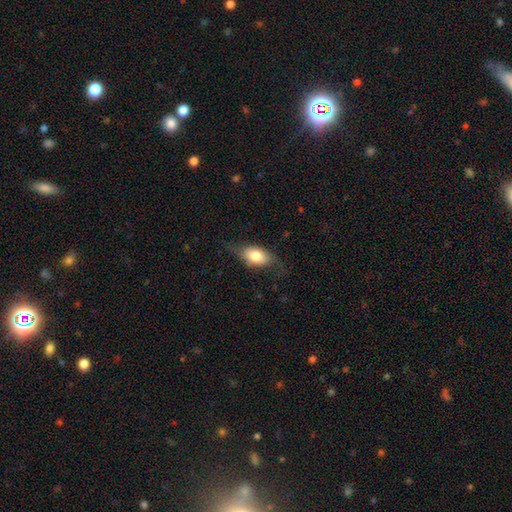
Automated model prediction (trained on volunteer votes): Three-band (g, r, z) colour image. It shows a smooth galaxy with no disk features (64%) that is in between round and cigar-shaped (84%). Merging: none (61%).